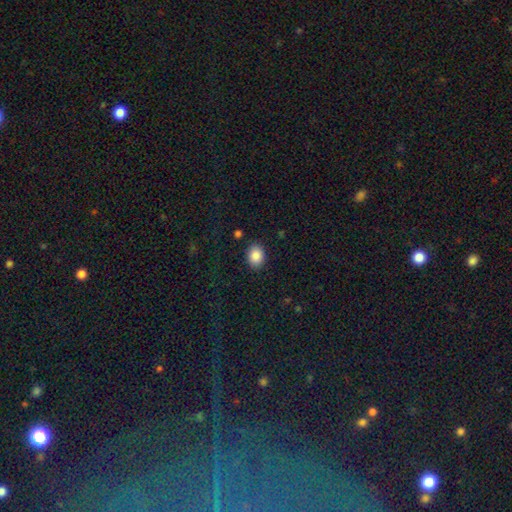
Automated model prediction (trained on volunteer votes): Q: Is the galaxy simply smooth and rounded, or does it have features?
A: smooth — 88%.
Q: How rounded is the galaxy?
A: in between — 69%.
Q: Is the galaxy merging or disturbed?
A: none — 88%.